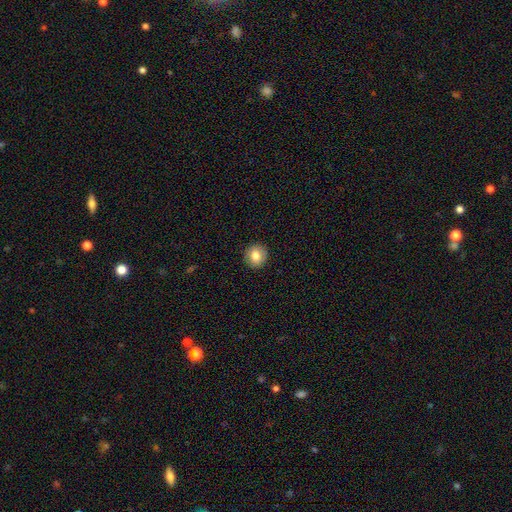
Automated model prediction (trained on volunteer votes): Smooth or featured? Predicted: smooth (p=0.79). How rounded? Predicted: round (p=0.88). Merging? Predicted: none (p=0.91).